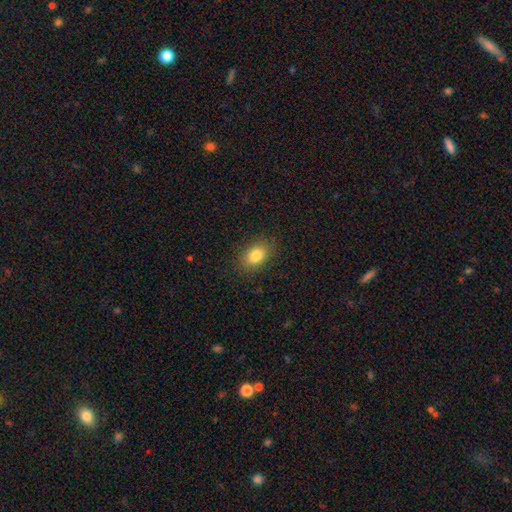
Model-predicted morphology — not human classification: This appears to be a smooth galaxy with no disk features (83%) that is in between round and cigar-shaped (80%). Merging: none (86%).